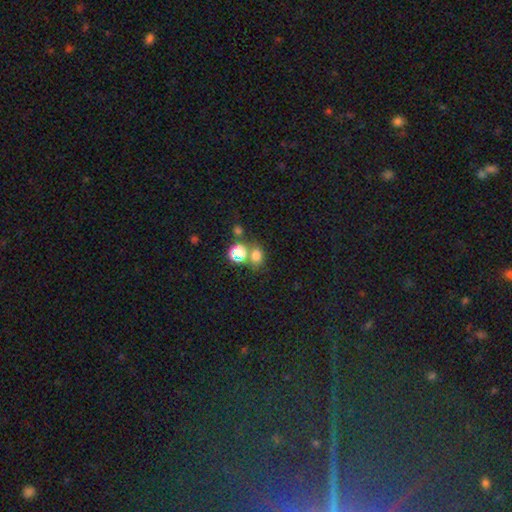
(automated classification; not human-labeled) smooth-or-featured: smooth: 70% | star or artifact: 22% | featured or disk: 8%
  how-rounded: round: 60% | in between: 39% | cigar-shaped: 1%
  merging: none: 60% | merger: 25% | minor disturbance: 10% | major disturbance: 5%